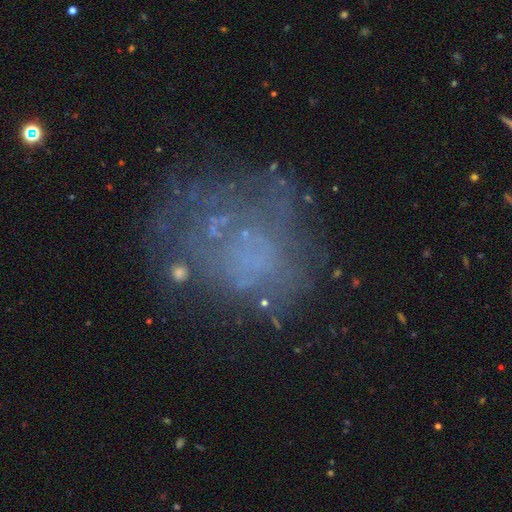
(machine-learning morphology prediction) smooth-or-featured: featured or disk: 51% | smooth: 29% | star or artifact: 20%
  disk-edge-on: no: 98% | yes: 2%
  merging: none: 55% | major disturbance: 22% | minor disturbance: 18% | merger: 5%